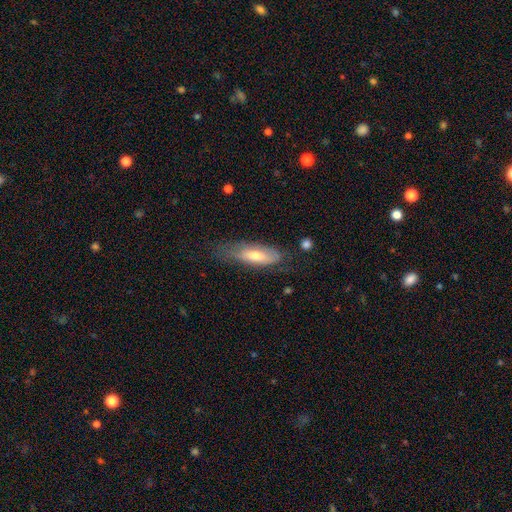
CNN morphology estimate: type=smooth (51%); roundness=in between (49%, tied with cigar-shaped); merging=none (64%).